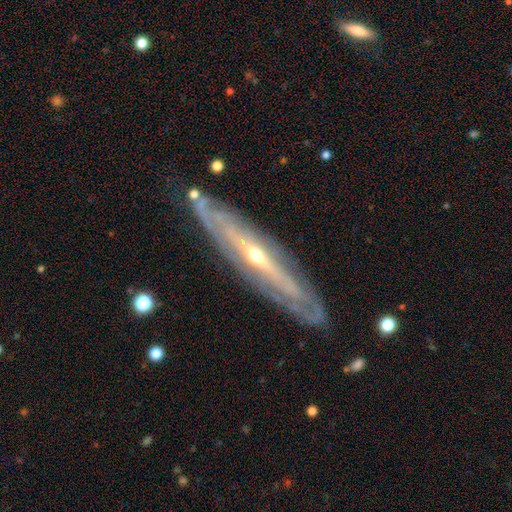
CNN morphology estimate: A featured or disk galaxy (83%) viewed edge-on (59%).

Vote fractions:
- Smooth or featured? featured or disk: 83% / smooth: 12% / star or artifact: 5%
- Edge-on disk? yes: 59% / no: 41%
- Merging? none: 79% / minor disturbance: 15% / major disturbance: 4% / merger: 2%